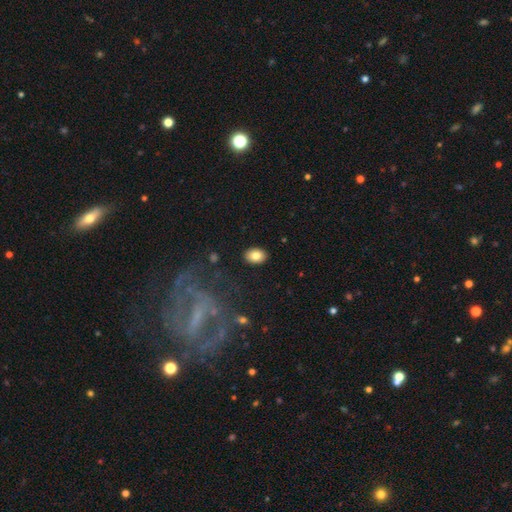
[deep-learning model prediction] Smooth or featured?
  - smooth: 82% *
  - featured or disk: 10%
  - star or artifact: 8%
How rounded?
  - in between: 75% *
  - round: 24%
  - cigar-shaped: 1%
Merging?
  - none: 88% *
  - minor disturbance: 8%
  - major disturbance: 2%
  - merger: 1%